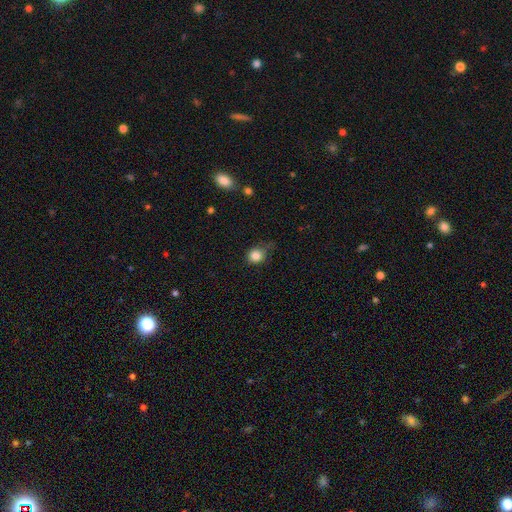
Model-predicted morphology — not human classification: A smooth galaxy with no disk features (84%) that is round (80%). Merging: none (62%).